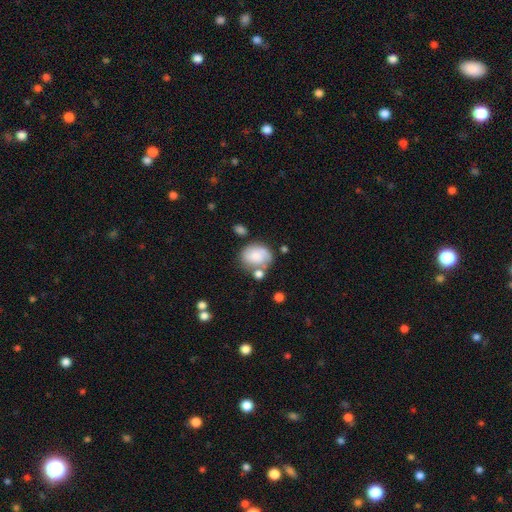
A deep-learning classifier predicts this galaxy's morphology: This is likely a smooth galaxy (63%). How rounded: possibly round (51%). Merging: marginally none (45%).